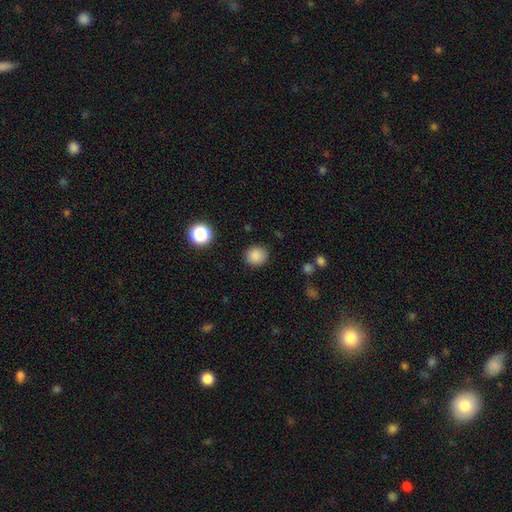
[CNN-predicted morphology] type=smooth (86%); roundness=round (87%); merging=none (88%).